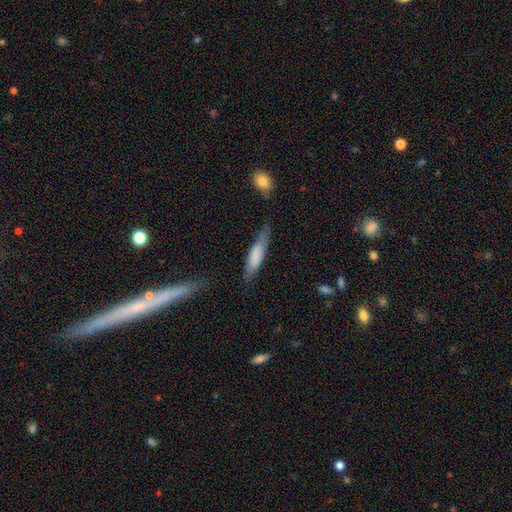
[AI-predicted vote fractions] smooth 73%, featured or disk 21%, star or artifact 6%. Down the decision tree: how rounded — cigar-shaped (79%); merging — none (73%).